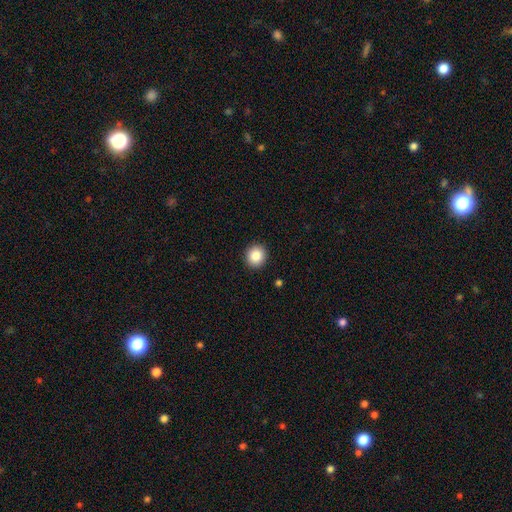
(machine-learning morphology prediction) type=smooth (86%); roundness=round (90%); merging=none (92%).